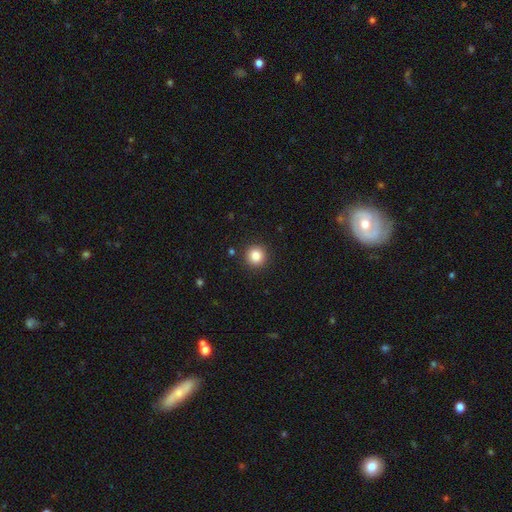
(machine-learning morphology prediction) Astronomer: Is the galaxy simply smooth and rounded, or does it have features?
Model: smooth — 84%.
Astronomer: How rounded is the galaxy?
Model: round — 94%.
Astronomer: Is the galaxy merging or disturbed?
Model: none — 92%.